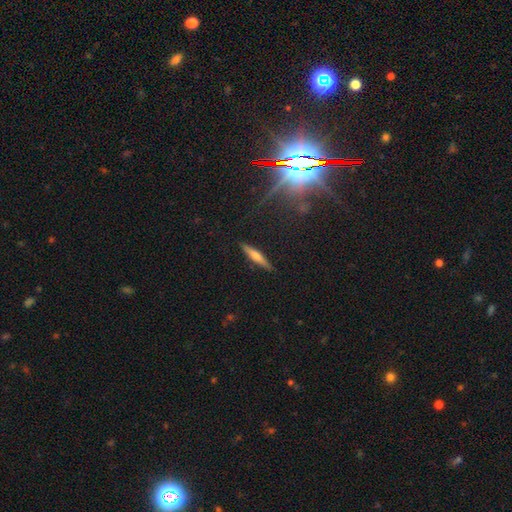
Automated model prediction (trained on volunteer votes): Morphology: type=smooth (46%, tied with featured or disk); merging=none (88%).